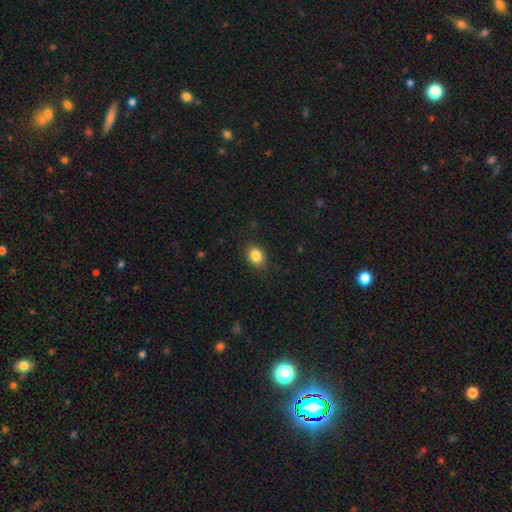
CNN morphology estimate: Smooth or featured: smooth — 86% (star or artifact — 9%)
How rounded: in between — 61% (round — 38%)
Merging: none — 86% (minor disturbance — 10%)